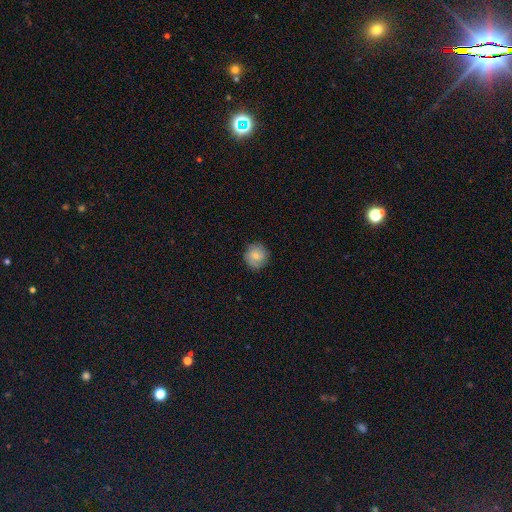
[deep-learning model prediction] A smooth galaxy with no disk features (72%) that is round (90%).

Vote fractions:
- Smooth or featured? smooth: 72% / featured or disk: 20% / star or artifact: 8%
- How rounded? round: 90% / in between: 9% / cigar-shaped: 1%
- Merging? none: 84% / minor disturbance: 12% / major disturbance: 3% / merger: 1%